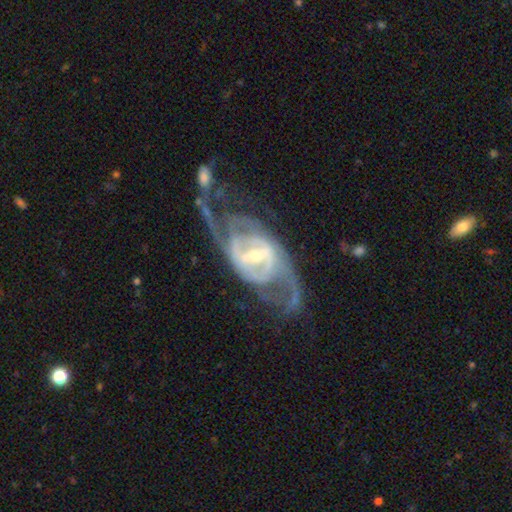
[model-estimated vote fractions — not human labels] featured or disk 90%, smooth 5%, star or artifact 5%. Down the decision tree: edge-on disk — no (95%); bar — strong (59%); spiral arms — yes (93%); spiral arm count — 2 (73%); spiral winding — medium (45%); bulge size — small (55%); merging — none (54%).